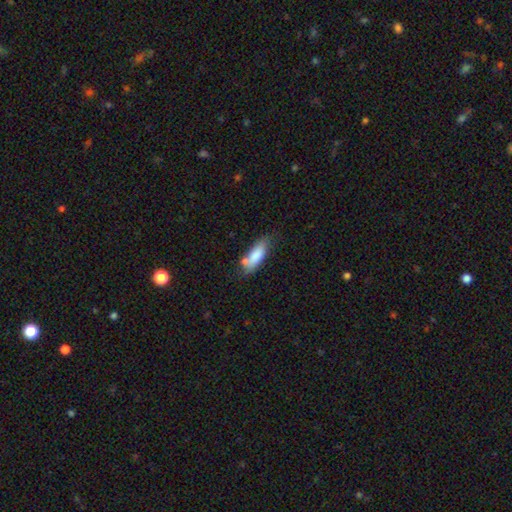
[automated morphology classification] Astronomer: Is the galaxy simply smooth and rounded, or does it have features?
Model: smooth — 81%.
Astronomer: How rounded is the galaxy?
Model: in between — 63%.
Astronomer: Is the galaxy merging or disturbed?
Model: none — 57%.